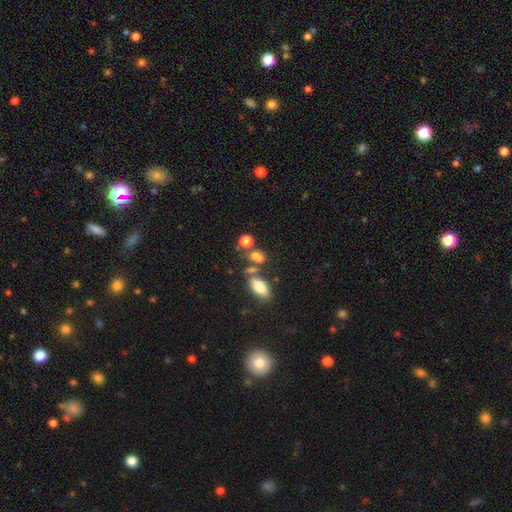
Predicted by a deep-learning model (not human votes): A smooth galaxy with no disk features (75%) that is in between round and cigar-shaped (49%). Merging: none (51%).